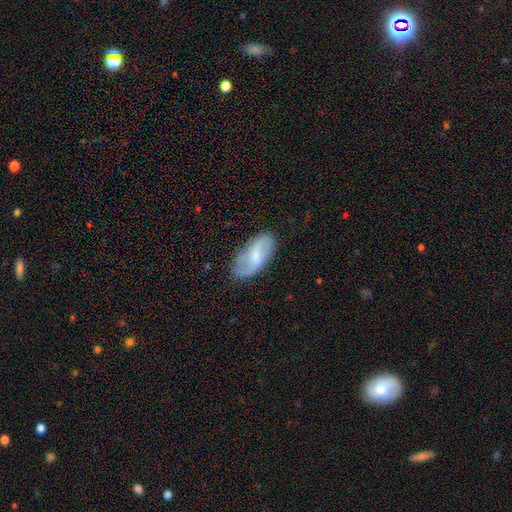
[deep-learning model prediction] featured or disk 54%, smooth 40%, star or artifact 7%. Down the decision tree: edge-on disk — no (93%); merging — none (75%).